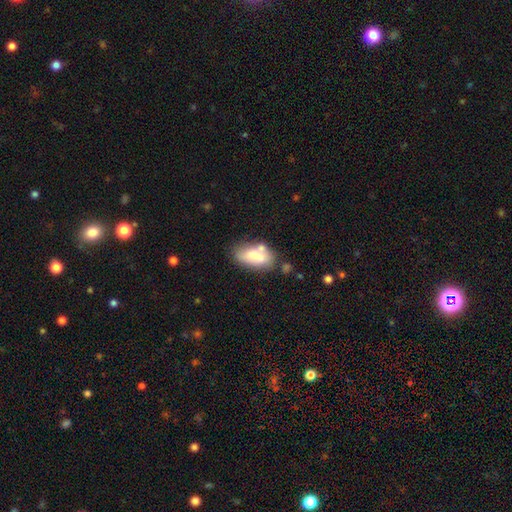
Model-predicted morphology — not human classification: Smooth or featured? smooth (76%)
How rounded? in between (90%)
Merging? none (56%)